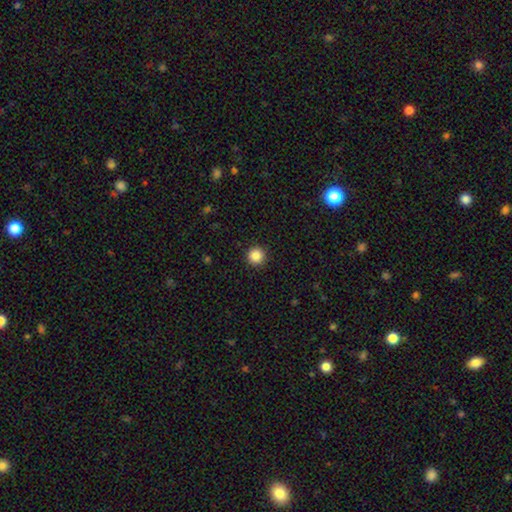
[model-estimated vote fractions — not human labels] smooth-or-featured: smooth: 86% | star or artifact: 10% | featured or disk: 4%
  how-rounded: round: 96% | in between: 3% | cigar-shaped: 1%
  merging: none: 93% | minor disturbance: 4% | major disturbance: 2% | merger: 1%